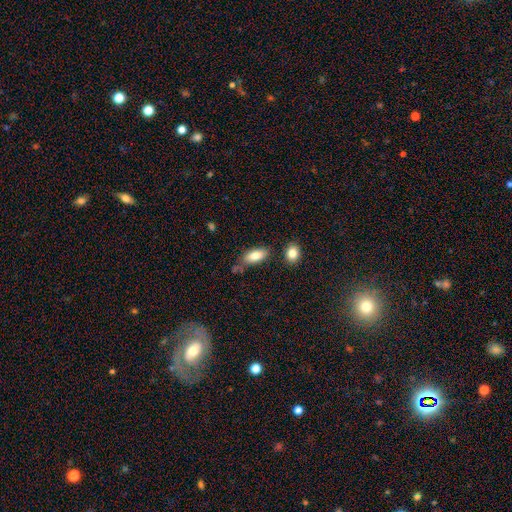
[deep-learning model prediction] Smooth or featured? smooth (82%)
How rounded? in between (85%)
Merging? none (67%)